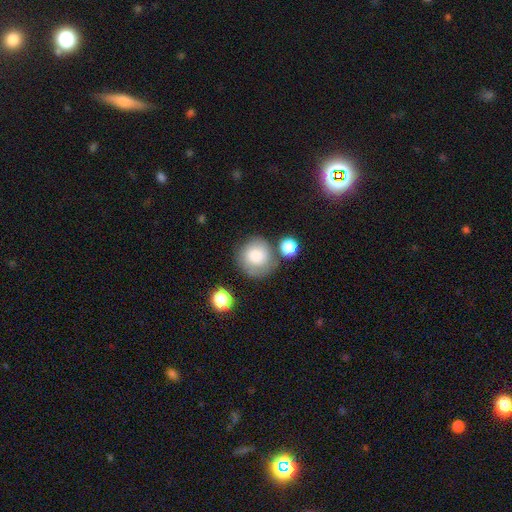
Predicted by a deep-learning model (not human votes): smooth-or-featured: smooth: 78% | featured or disk: 14% | star or artifact: 9%
  how-rounded: round: 89% | in between: 10% | cigar-shaped: 1%
  merging: none: 66% | minor disturbance: 16% | merger: 13% | major disturbance: 6%